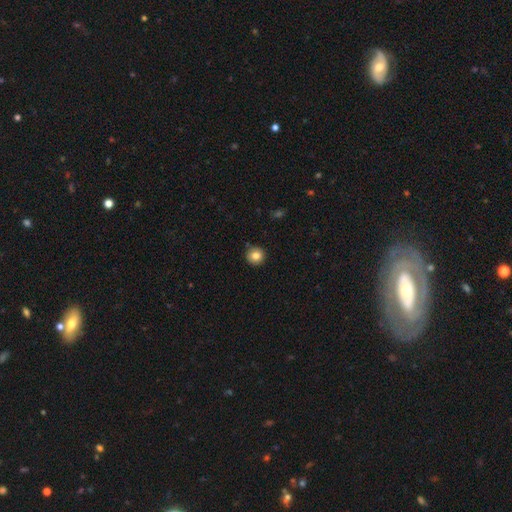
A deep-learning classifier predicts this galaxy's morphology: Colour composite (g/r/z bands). It shows a smooth galaxy with no disk features (83%) that is round (95%). Merging: none (91%).